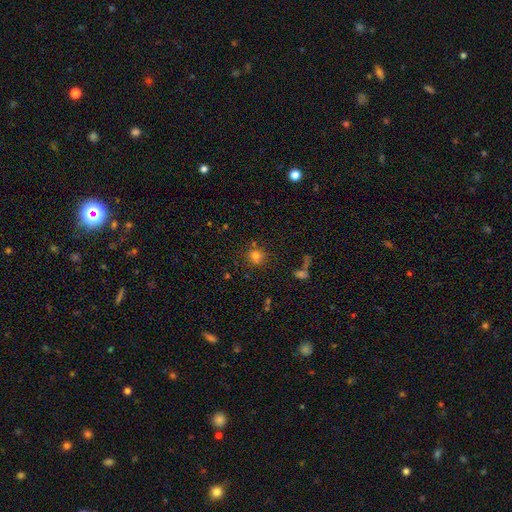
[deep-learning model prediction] Q: Smooth or featured?
A: smooth (73%); runner-up: star or artifact (18%)
Q: How rounded?
A: round (90%); runner-up: in between (9%)
Q: Merging?
A: none (76%); runner-up: minor disturbance (11%)